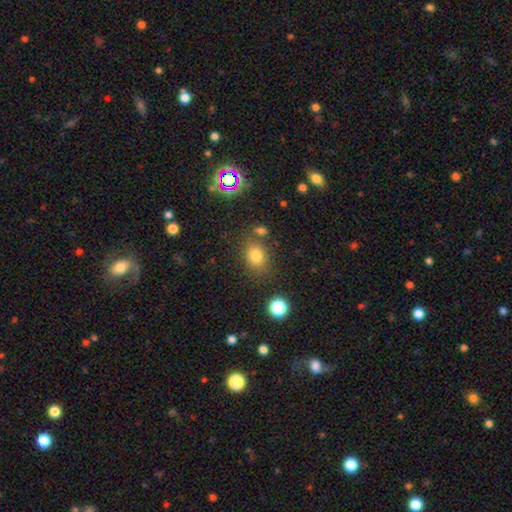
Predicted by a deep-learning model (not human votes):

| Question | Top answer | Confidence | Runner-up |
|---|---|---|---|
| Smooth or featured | smooth | 78% | star or artifact (14%) |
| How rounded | in between | 57% | round (42%) |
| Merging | none | 72% | minor disturbance (14%) |